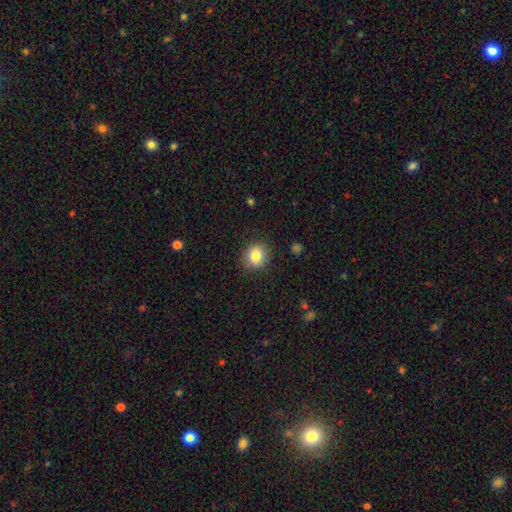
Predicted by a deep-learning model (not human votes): Smooth or featured: smooth — 82% (star or artifact — 10%)
How rounded: round — 81% (in between — 18%)
Merging: none — 87% (minor disturbance — 9%)